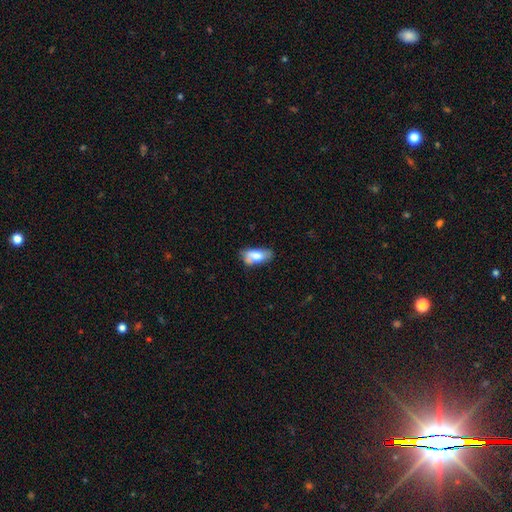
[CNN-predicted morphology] Q: Smooth or featured?
A: smooth (72%); runner-up: featured or disk (21%)
Q: How rounded?
A: in between (87%); runner-up: cigar-shaped (10%)
Q: Merging?
A: none (46%); runner-up: minor disturbance (33%)